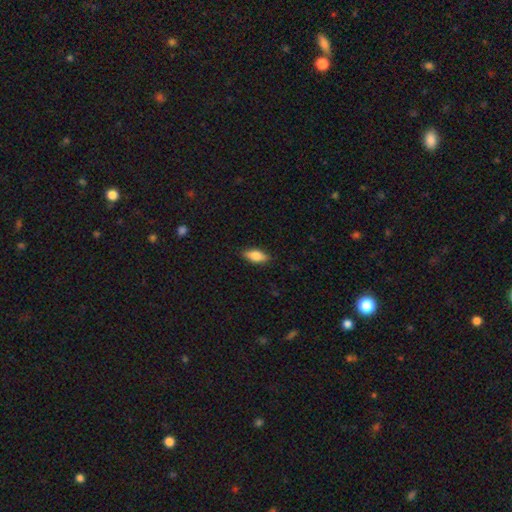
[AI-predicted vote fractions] Overall: smooth (79%). How rounded: in between (82%). Merging: none (86%).